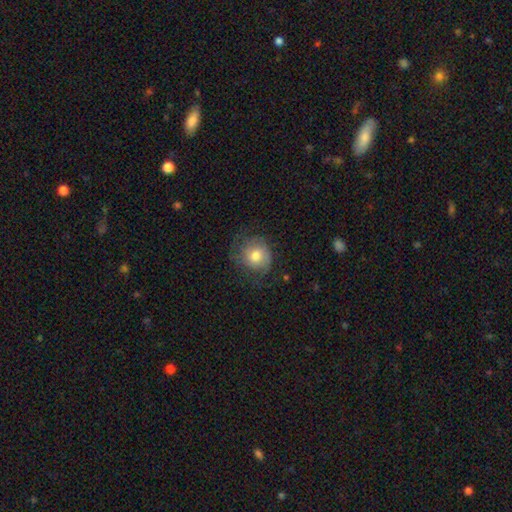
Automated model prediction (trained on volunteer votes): Morphology: type=smooth (62%); roundness=round (81%); merging=none (59%).